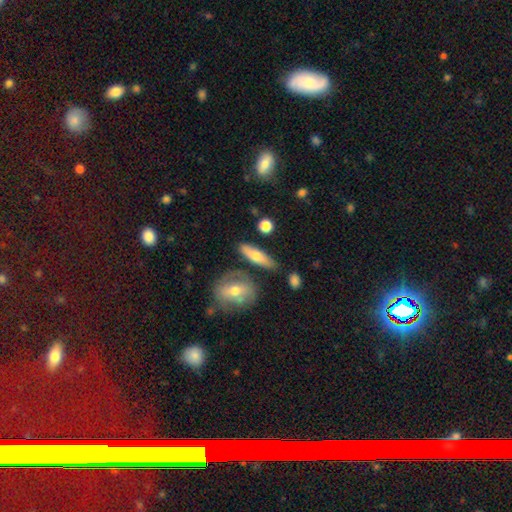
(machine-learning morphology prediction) The model was most divided on "how rounded": cigar-shaped: 52%, in between: 43%, round: 5%. More confident: merging — none (75%); smooth or featured — smooth (63%).